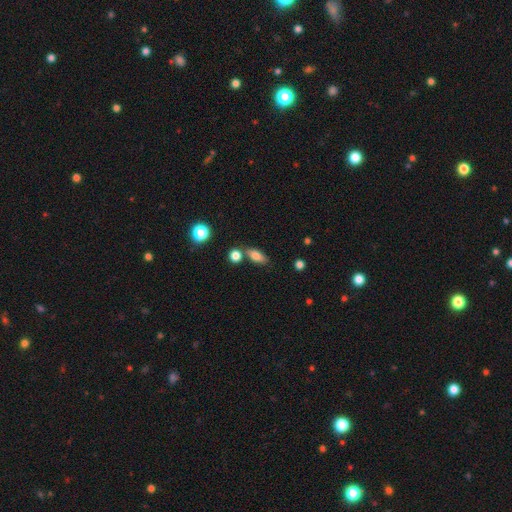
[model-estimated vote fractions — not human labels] Smooth or featured?
  - smooth: 77% *
  - featured or disk: 14%
  - star or artifact: 10%
How rounded?
  - in between: 77% *
  - cigar-shaped: 14%
  - round: 9%
Merging?
  - none: 68% *
  - merger: 16%
  - minor disturbance: 13%
  - major disturbance: 3%